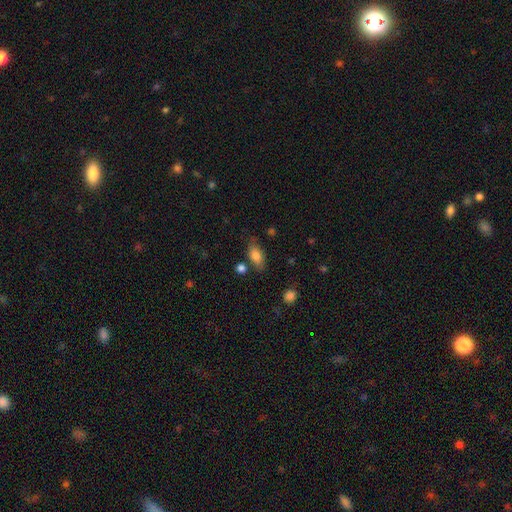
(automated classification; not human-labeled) Morphology: type=smooth (80%); roundness=in between (87%); merging=none (73%).